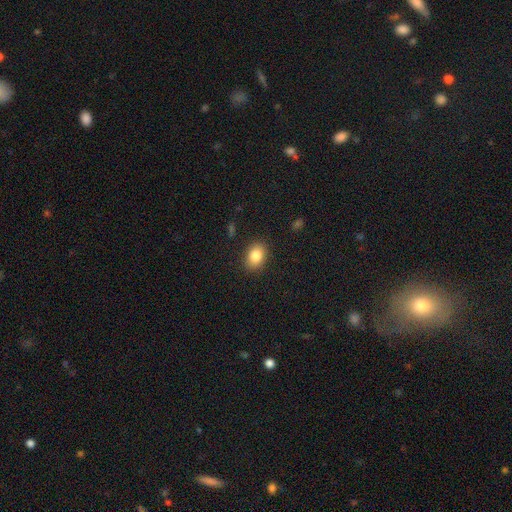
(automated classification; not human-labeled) Q: Smooth or featured?
A: smooth (85%); runner-up: star or artifact (8%)
Q: How rounded?
A: in between (74%); runner-up: round (25%)
Q: Merging?
A: none (88%); runner-up: minor disturbance (9%)